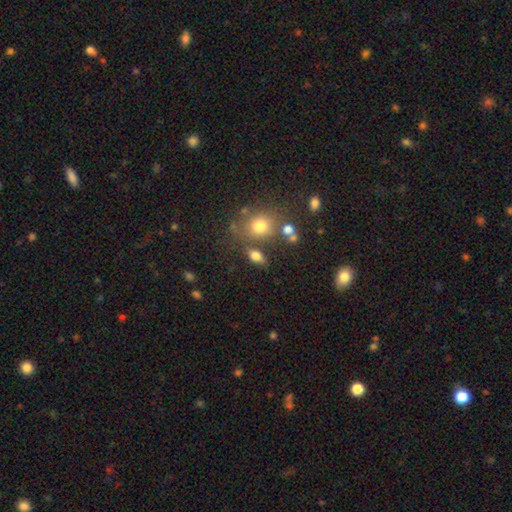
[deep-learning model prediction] A smooth galaxy with no disk features (75%) that is in between round and cigar-shaped (76%). Merging: none (66%).